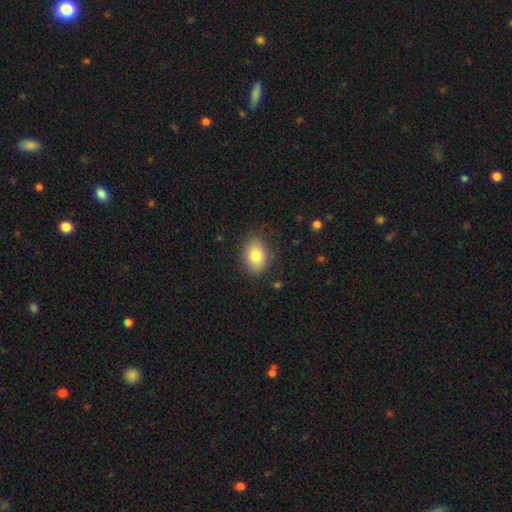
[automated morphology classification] A smooth galaxy with no disk features (81%) that is in between round and cigar-shaped (69%). Merging: none (82%).